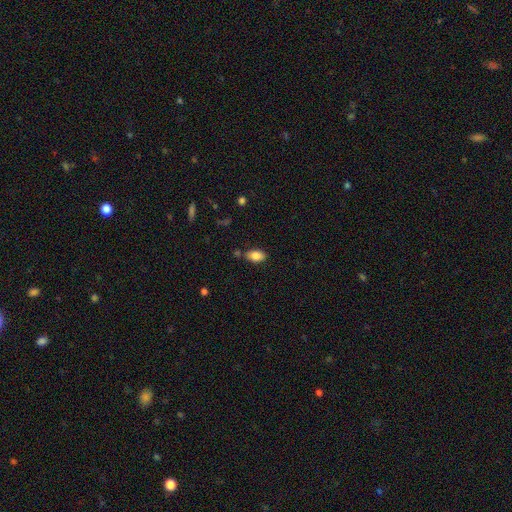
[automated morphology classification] The model was most divided on "merging": none: 74%, minor disturbance: 16%, merger: 7%, major disturbance: 3%. More confident: how rounded — in between (91%); smooth or featured — smooth (84%).